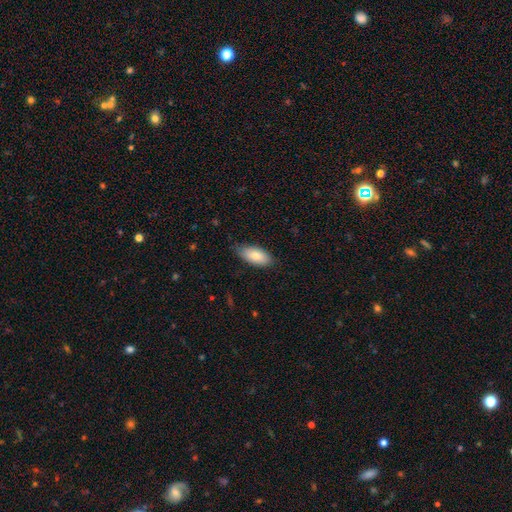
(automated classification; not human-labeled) A smooth galaxy with no disk features (82%) that is in between round and cigar-shaped (91%). Merging: none (76%).